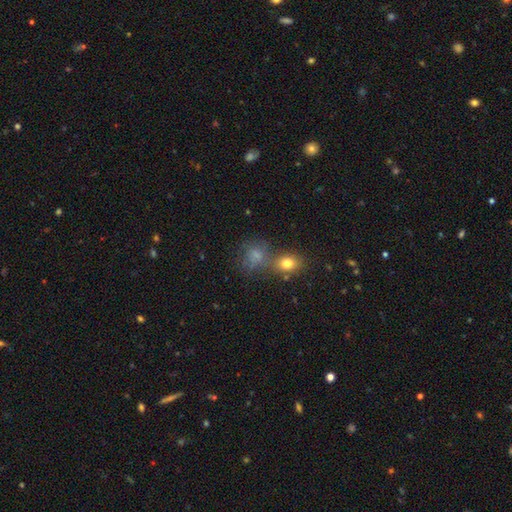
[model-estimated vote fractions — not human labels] smooth_or_featured: smooth (p=0.71) [alt: star or artifact p=0.16]
how_rounded: round (p=0.61) [alt: in between p=0.38]
merging: none (p=0.44) [alt: merger p=0.33]